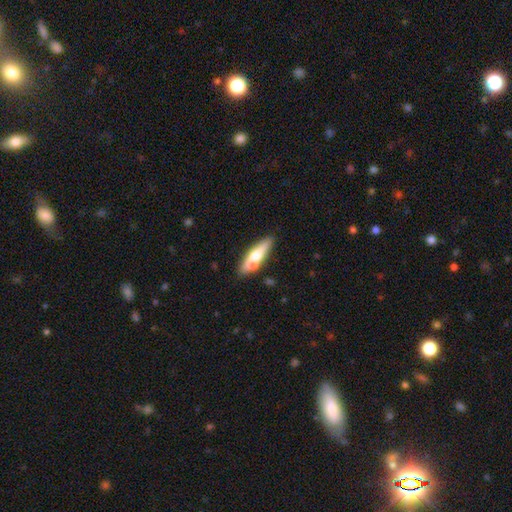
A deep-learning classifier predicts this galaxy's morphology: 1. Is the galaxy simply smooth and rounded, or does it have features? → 56% smooth, 39% featured or disk, 6% star or artifact.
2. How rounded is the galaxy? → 68% cigar-shaped, 30% in between, 2% round.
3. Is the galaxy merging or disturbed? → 67% none, 16% merger, 14% minor disturbance, 3% major disturbance.